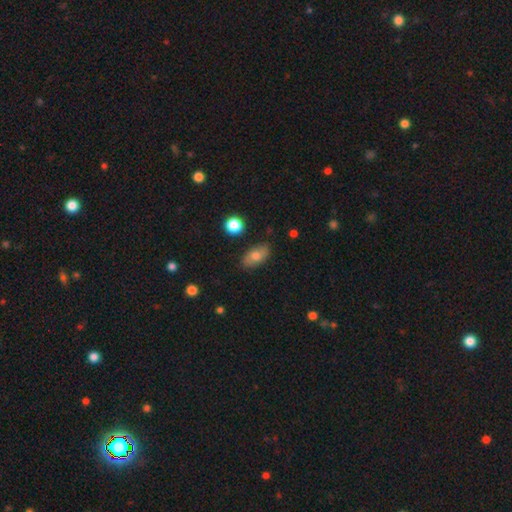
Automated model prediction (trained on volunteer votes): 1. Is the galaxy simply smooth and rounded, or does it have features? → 72% smooth, 19% featured or disk, 8% star or artifact.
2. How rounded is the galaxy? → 89% in between, 7% round, 4% cigar-shaped.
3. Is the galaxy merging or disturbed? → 81% none, 14% minor disturbance, 3% major disturbance, 2% merger.